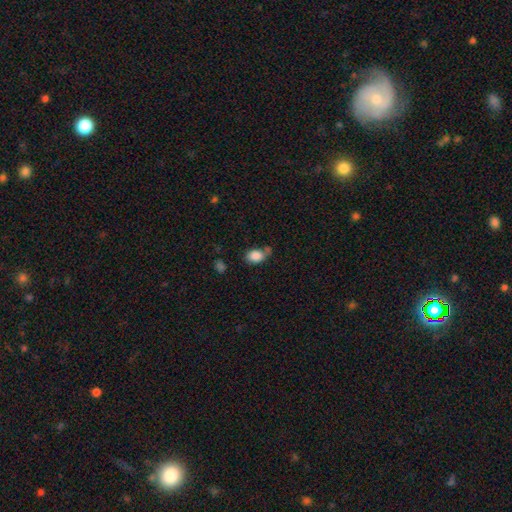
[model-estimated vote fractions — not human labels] The model was most divided on "merging": none: 53%, minor disturbance: 24%, merger: 14%, major disturbance: 8%. More confident: smooth or featured — smooth (86%); how rounded — in between (77%).